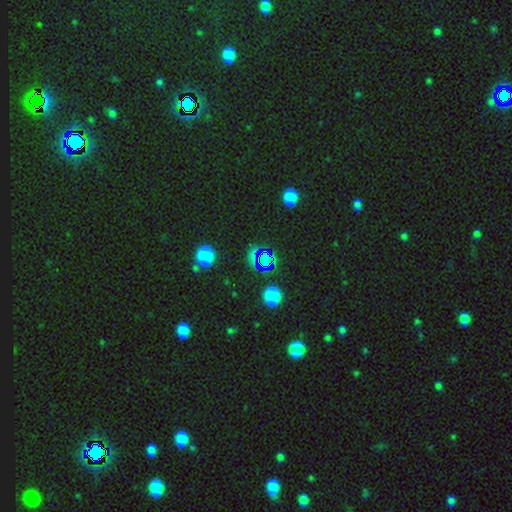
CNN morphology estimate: This is likely a star or artifact rather than a galaxy (64%).